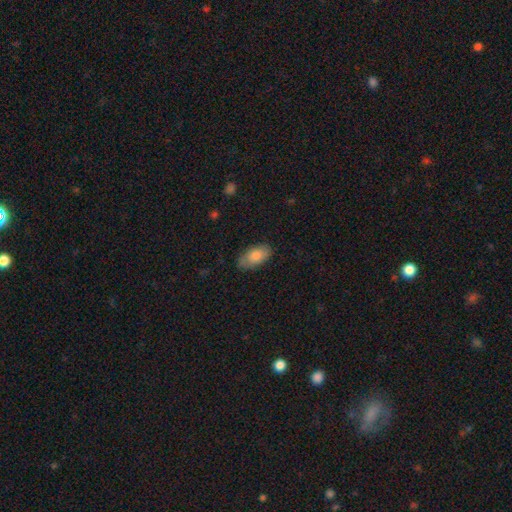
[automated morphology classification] Smooth or featured? Predicted: smooth (p=0.81). How rounded? Predicted: in between (p=0.93). Merging? Predicted: none (p=0.81).